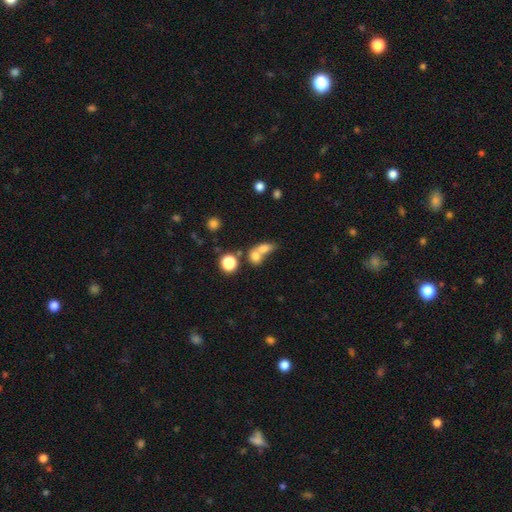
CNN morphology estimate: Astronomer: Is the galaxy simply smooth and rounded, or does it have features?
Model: smooth — 73%.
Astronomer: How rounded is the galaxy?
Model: in between — 50% (runner-up: round, 47%).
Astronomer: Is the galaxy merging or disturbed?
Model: merger — 62%.